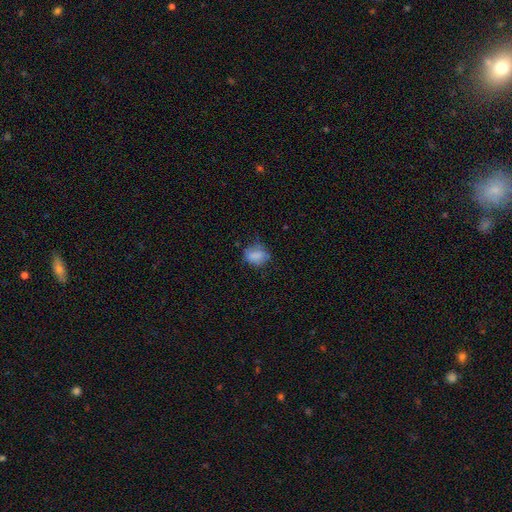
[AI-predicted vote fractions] Smooth or featured? Predicted: smooth (p=0.79). How rounded? Predicted: in between (p=0.55). Merging? Predicted: none (p=0.58).